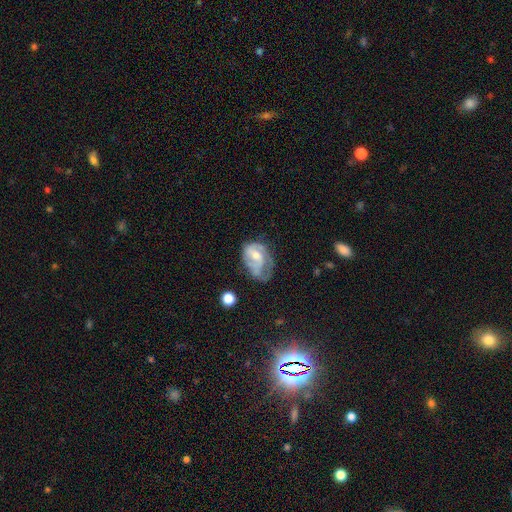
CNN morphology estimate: Q: Smooth or featured?
A: featured or disk (67%); runner-up: smooth (26%)
Q: Edge-on disk?
A: no (97%); runner-up: yes (3%)
Q: Bar?
A: no (47%); runner-up: weak (42%)
Q: Spiral arms?
A: yes (79%); runner-up: no (21%)
Q: Spiral winding?
A: medium (44%); runner-up: tight (34%)
Q: Spiral arm count?
A: 2 (49%); runner-up: can't tell (24%)
Q: Bulge size?
A: moderate (54%); runner-up: small (34%)
Q: Merging?
A: major disturbance (36%); runner-up: minor disturbance (30%)